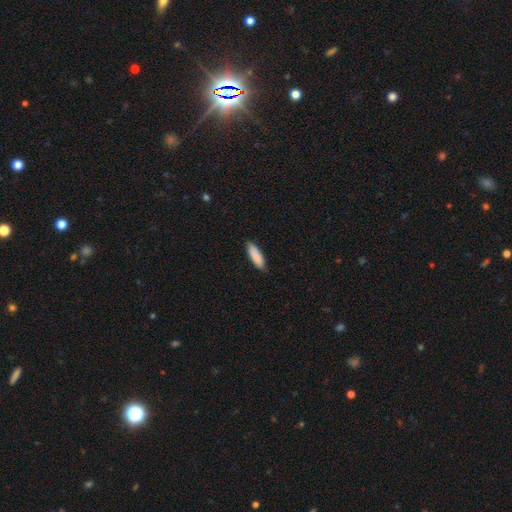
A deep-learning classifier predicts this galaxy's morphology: type=smooth (88%); roundness=cigar-shaped (50%); merging=none (83%).